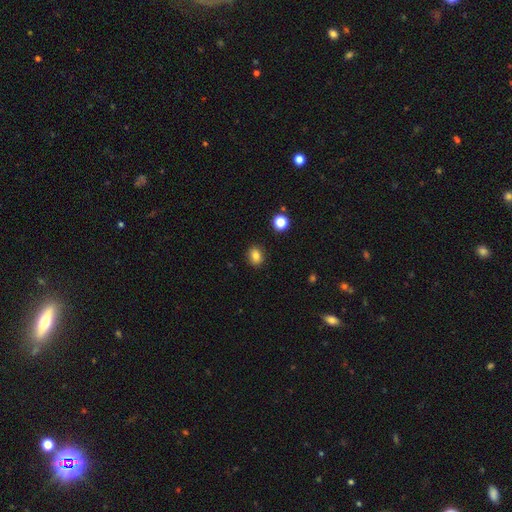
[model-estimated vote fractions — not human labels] A smooth galaxy with no disk features (83%) that is round (54%). Merging: none (89%).